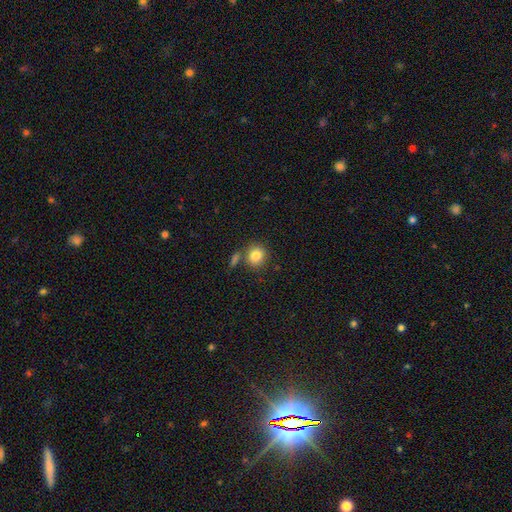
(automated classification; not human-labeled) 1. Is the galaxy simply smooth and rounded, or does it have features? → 84% smooth, 9% star or artifact, 7% featured or disk.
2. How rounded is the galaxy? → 83% round, 16% in between, 1% cigar-shaped.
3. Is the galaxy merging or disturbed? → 70% none, 15% merger, 11% minor disturbance, 4% major disturbance.